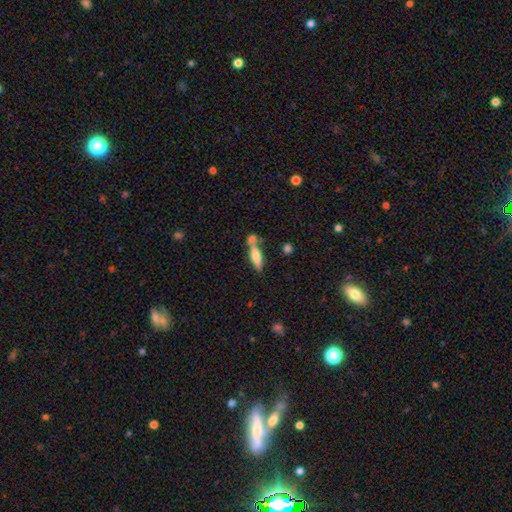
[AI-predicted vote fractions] A smooth galaxy with no disk features (66%) that is cigar-shaped (58%). Merging: none (46%).